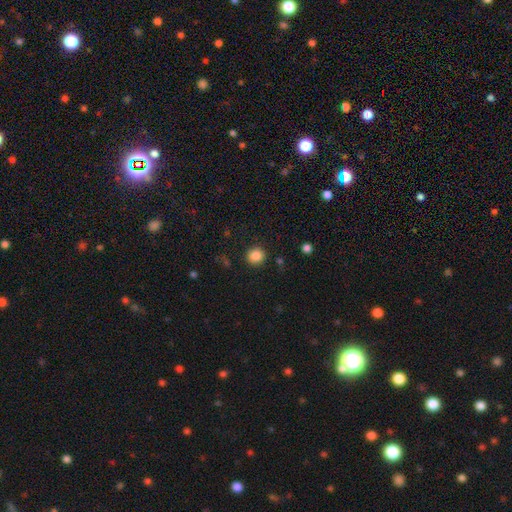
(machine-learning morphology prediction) Overall: smooth (85%). How rounded: round (90%). Merging: none (90%).